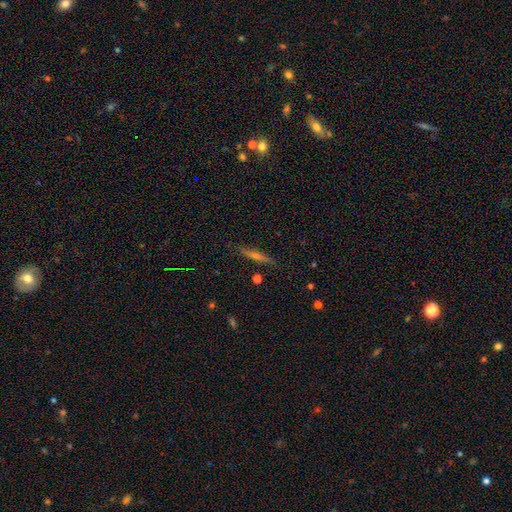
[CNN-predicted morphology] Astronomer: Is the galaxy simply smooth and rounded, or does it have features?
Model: featured or disk — 63%.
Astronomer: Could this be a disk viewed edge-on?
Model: yes — 96%.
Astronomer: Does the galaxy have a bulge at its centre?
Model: rounded — 76%.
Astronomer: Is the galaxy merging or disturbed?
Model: none — 89%.